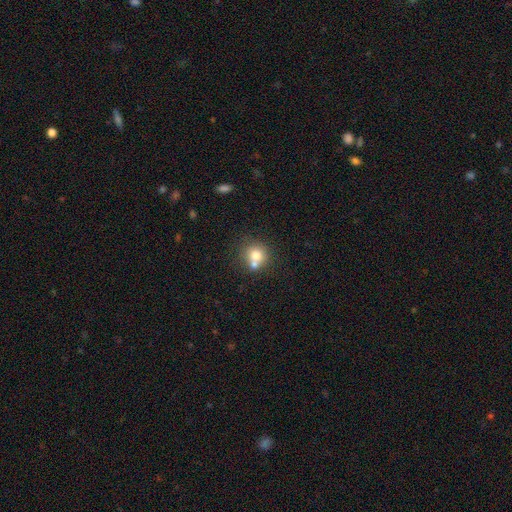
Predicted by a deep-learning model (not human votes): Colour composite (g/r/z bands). It shows a smooth galaxy with no disk features (73%) that is round (84%). Merging: none (46%).